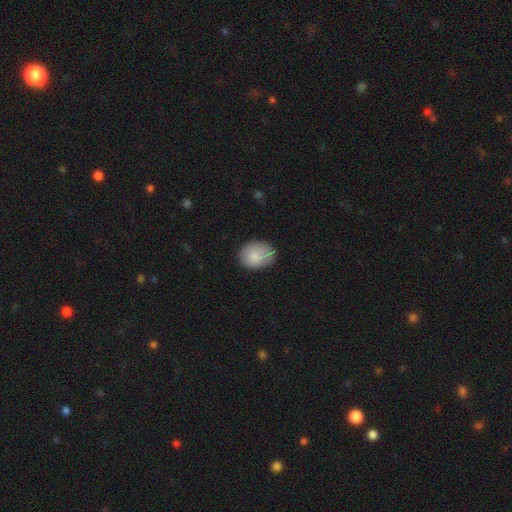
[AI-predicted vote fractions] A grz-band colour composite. It shows a smooth galaxy with no disk features (82%) that is in between round and cigar-shaped (54%). Merging: none (69%).